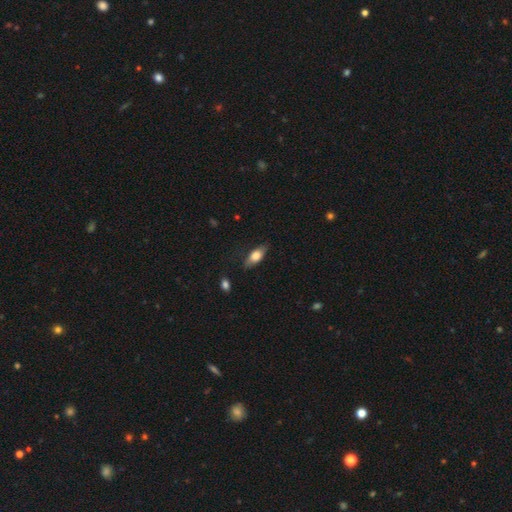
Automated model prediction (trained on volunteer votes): smooth-or-featured: smooth: 69% | featured or disk: 25% | star or artifact: 7%
  how-rounded: in between: 78% | cigar-shaped: 18% | round: 4%
  merging: none: 79% | minor disturbance: 16% | major disturbance: 4% | merger: 1%